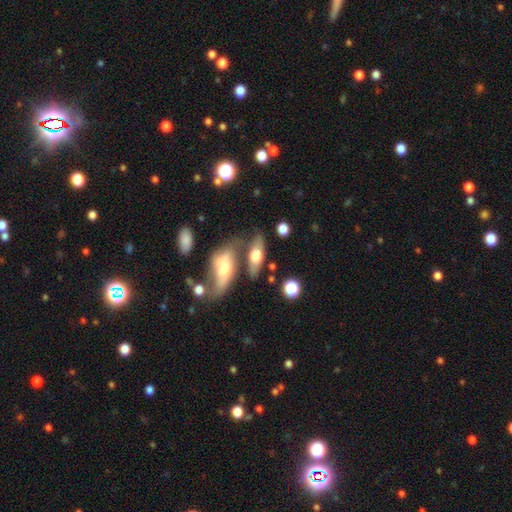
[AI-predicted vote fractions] Morphology: type=smooth (59%); roundness=in between (72%); merging=none (50%).